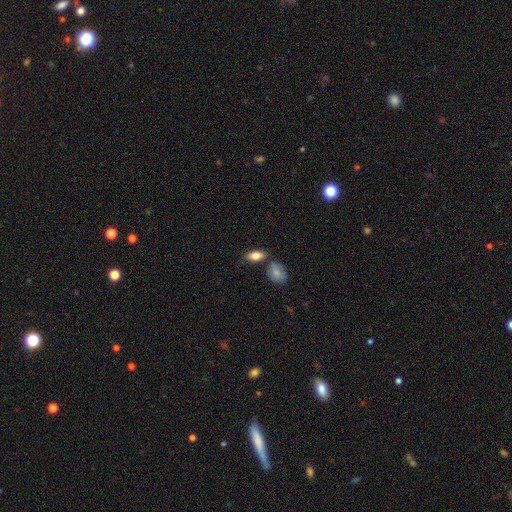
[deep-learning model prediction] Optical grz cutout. It shows a smooth galaxy with no disk features (79%) that is in between round and cigar-shaped (86%). Merging: none (70%).